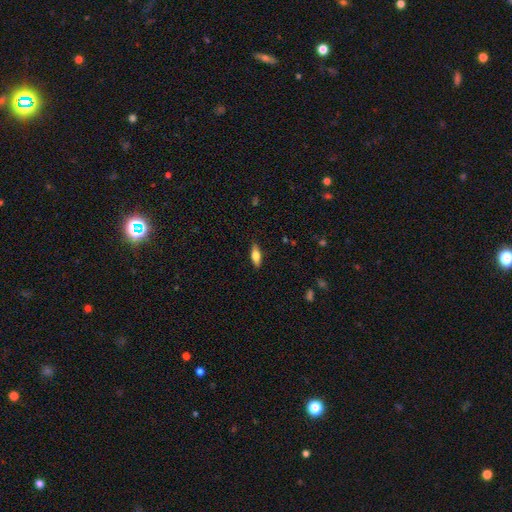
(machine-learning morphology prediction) A smooth galaxy with no disk features (70%) that is in between round and cigar-shaped (71%). Merging: none (87%).